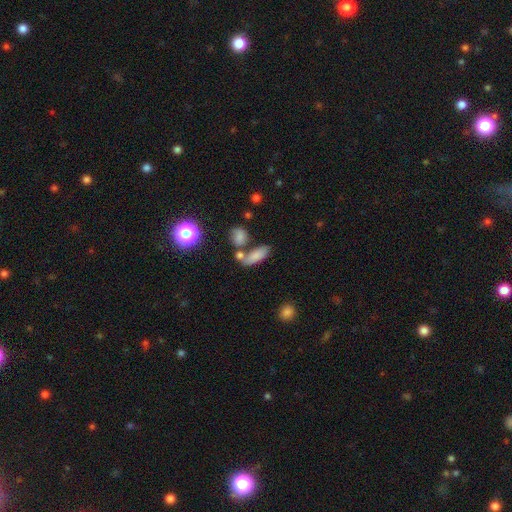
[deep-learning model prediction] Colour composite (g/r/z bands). It shows a smooth galaxy with no disk features (78%) that is in between round and cigar-shaped (72%). Merging: none (50%).